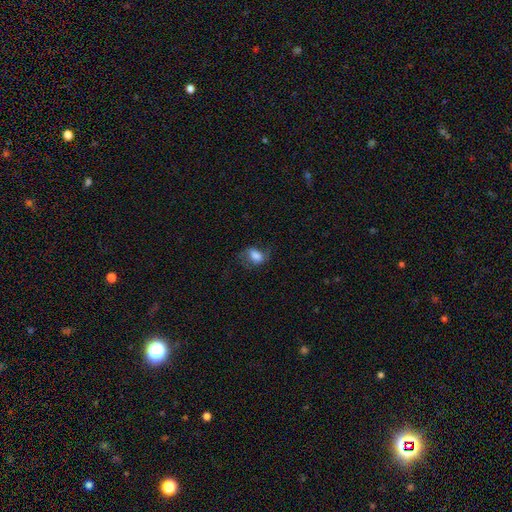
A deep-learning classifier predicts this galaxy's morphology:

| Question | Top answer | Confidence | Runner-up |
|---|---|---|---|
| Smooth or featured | smooth | 67% | featured or disk (23%) |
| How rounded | in between | 76% | round (22%) |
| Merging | none | 52% | minor disturbance (25%) |